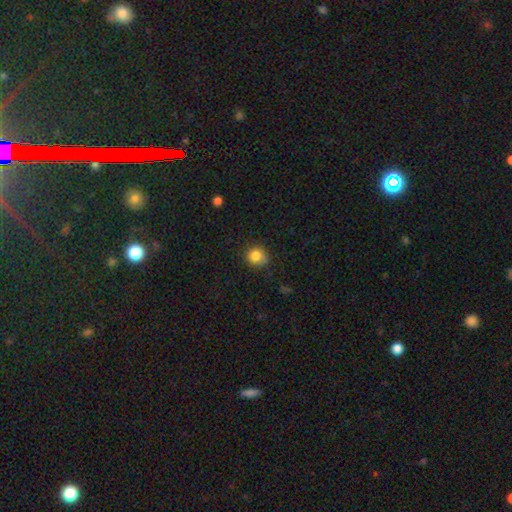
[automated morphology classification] This appears to be a smooth galaxy with no disk features (84%) that is round (82%). Merging: none (71%).